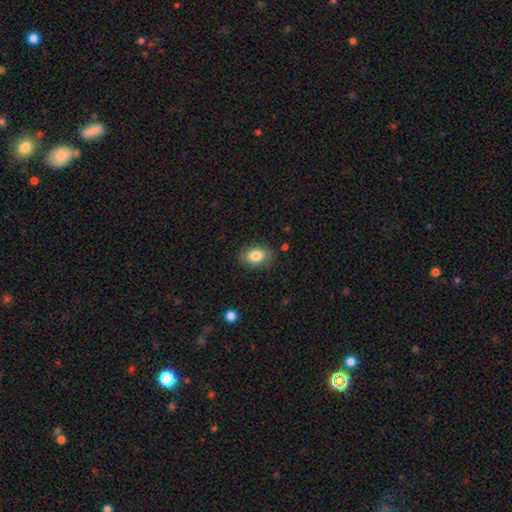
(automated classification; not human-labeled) This appears to be a smooth galaxy with no disk features (83%) that is in between round and cigar-shaped (80%). Merging: none (83%).